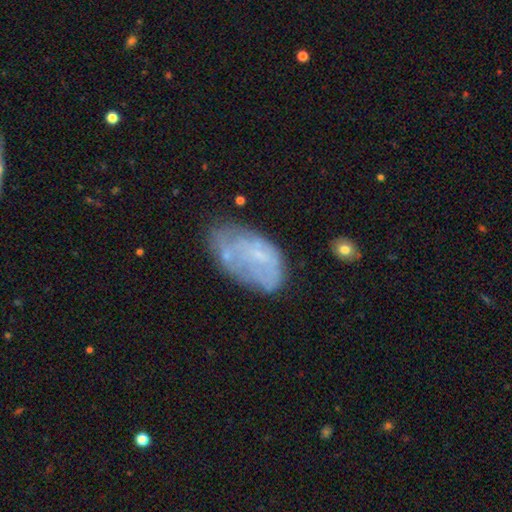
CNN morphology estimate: A featured or disk galaxy (47%).

Vote fractions:
- Smooth or featured? featured or disk: 47% / smooth: 42% / star or artifact: 11%
- Merging? none: 45% / minor disturbance: 30% / major disturbance: 17% / merger: 8%